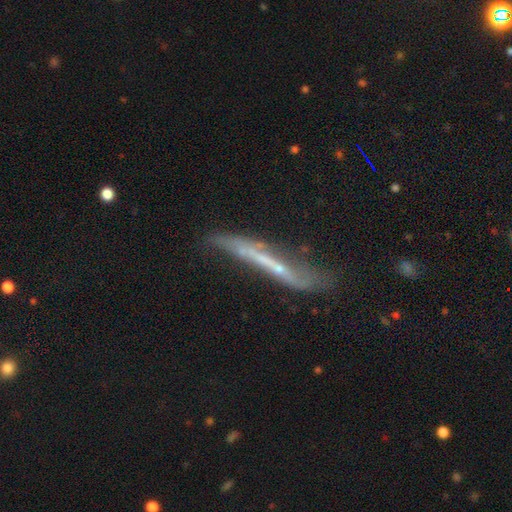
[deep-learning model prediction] smooth-or-featured: featured or disk: 68% | smooth: 24% | star or artifact: 8%
  disk-edge-on: yes: 67% | no: 33%
  merging: none: 43% | minor disturbance: 28% | major disturbance: 21% | merger: 8%